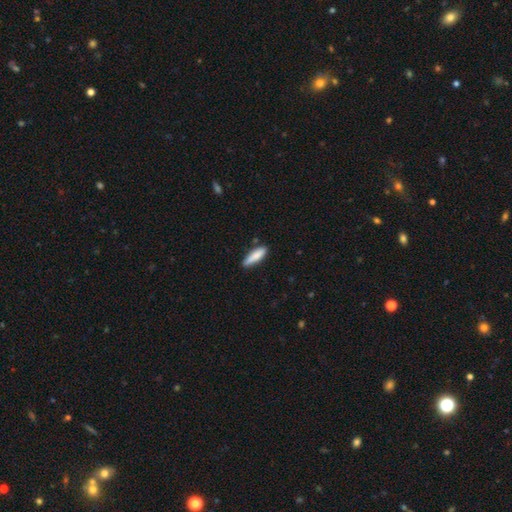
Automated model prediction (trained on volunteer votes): Smooth or featured? smooth (84%)
How rounded? cigar-shaped (68%)
Merging? none (78%)